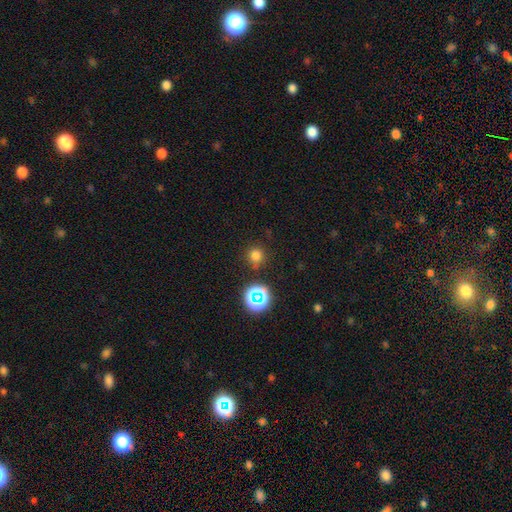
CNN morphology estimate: This is likely a smooth galaxy (73%). How rounded: clearly round (91%). Merging: clearly none (83%).